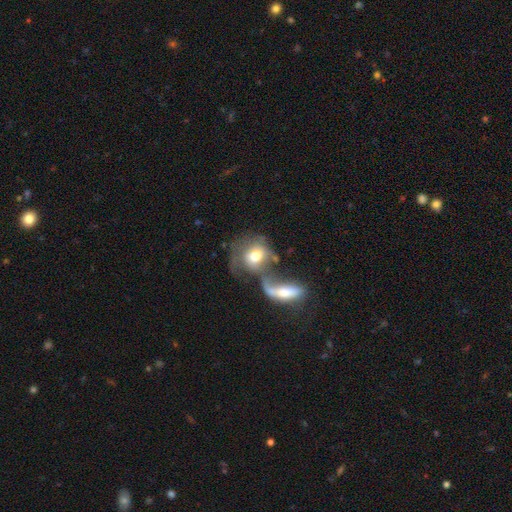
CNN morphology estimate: smooth 59%, featured or disk 33%, star or artifact 8%. Down the decision tree: how rounded — round (49%); merging — merger (64%).